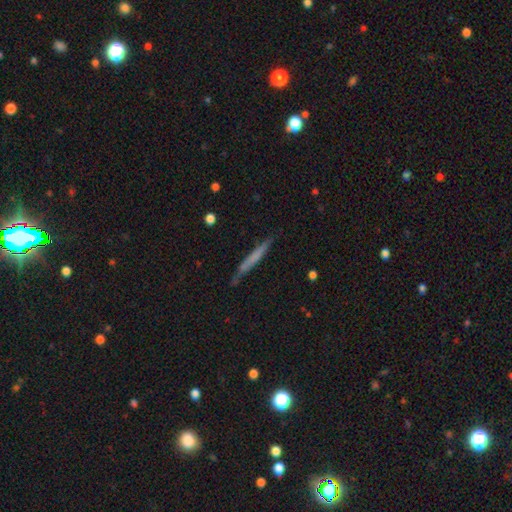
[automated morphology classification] Q: Smooth or featured?
A: smooth (54%); runner-up: featured or disk (39%)
Q: How rounded?
A: cigar-shaped (96%); runner-up: in between (3%)
Q: Merging?
A: none (81%); runner-up: minor disturbance (14%)